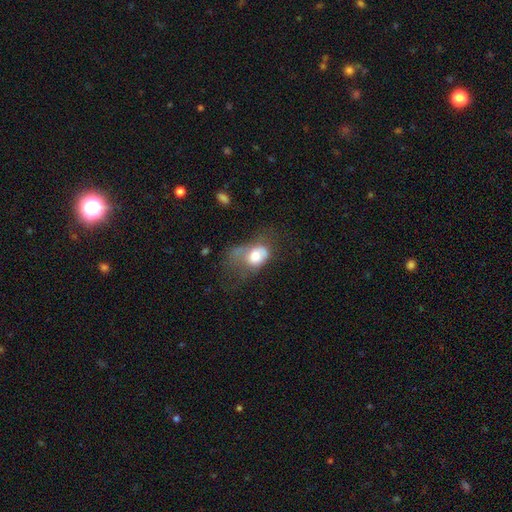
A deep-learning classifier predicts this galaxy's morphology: Q: Smooth or featured?
A: smooth (63%); runner-up: featured or disk (29%)
Q: How rounded?
A: in between (69%); runner-up: round (30%)
Q: Merging?
A: major disturbance (52%); runner-up: minor disturbance (22%)